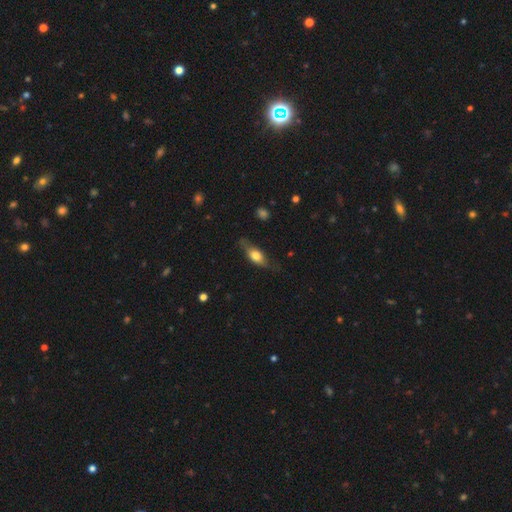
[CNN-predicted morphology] smooth 60%, featured or disk 34%, star or artifact 6%. Down the decision tree: how rounded — in between (69%); merging — none (66%).